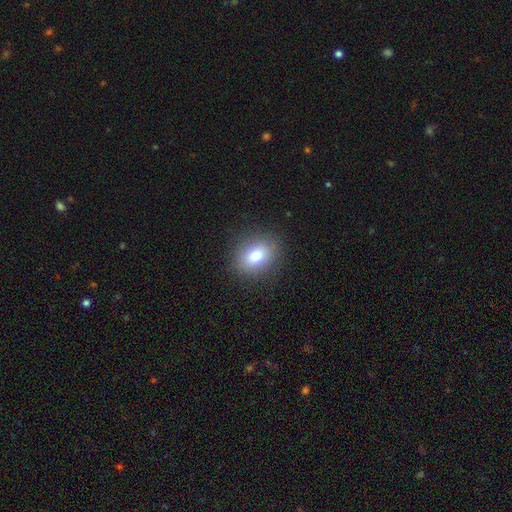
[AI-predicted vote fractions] Smooth or featured? smooth (79%)
How rounded? in between (61%)
Merging? none (87%)